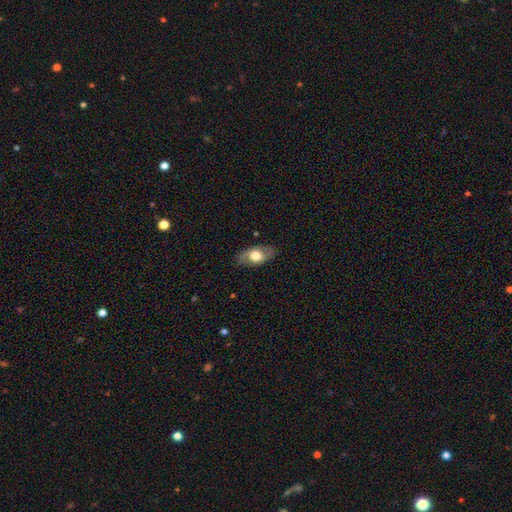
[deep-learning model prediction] Smooth or featured: smooth — 52% (featured or disk — 42%)
How rounded: in between — 87% (round — 9%)
Merging: none — 83% (minor disturbance — 12%)